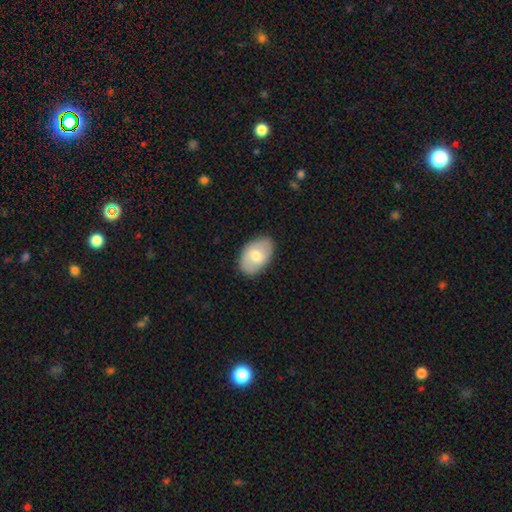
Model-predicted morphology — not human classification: smooth_or_featured: smooth (p=0.67) [alt: featured or disk p=0.27]
how_rounded: in between (p=0.90) [alt: round p=0.09]
merging: none (p=0.82) [alt: minor disturbance p=0.14]